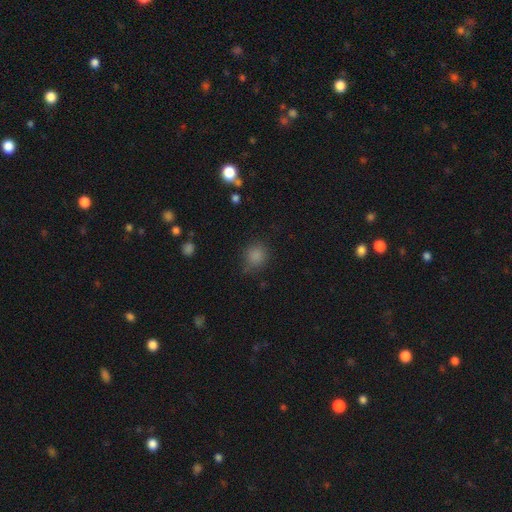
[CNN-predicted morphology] smooth 82%, star or artifact 13%, featured or disk 5%. Down the decision tree: how rounded — round (79%); merging — none (73%).